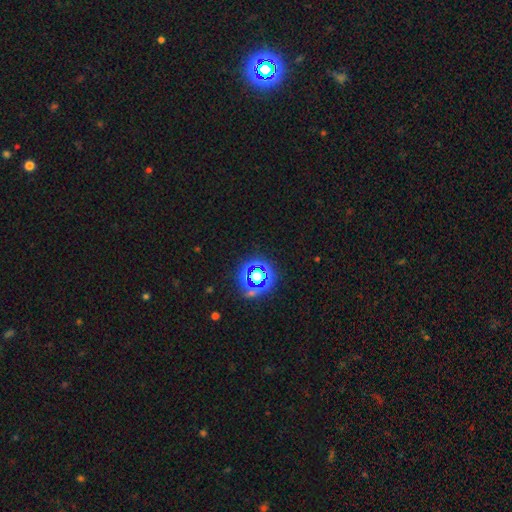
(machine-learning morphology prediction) A star or artifact, not a galaxy (64%).

Vote fractions:
- Smooth or featured? star or artifact: 64% / smooth: 28% / featured or disk: 8%